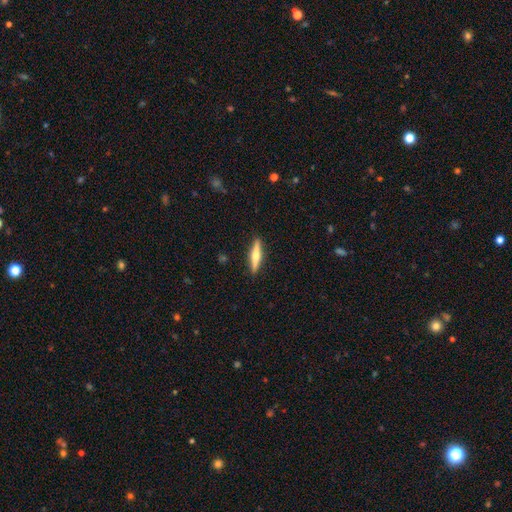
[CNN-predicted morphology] smooth-or-featured: featured or disk: 58% | smooth: 36% | star or artifact: 6%
  disk-edge-on: yes: 97% | no: 3%
    edge-on-bulge: rounded: 91% | none: 5% | boxy: 4%
  merging: none: 91% | minor disturbance: 7% | major disturbance: 1% | merger: 1%